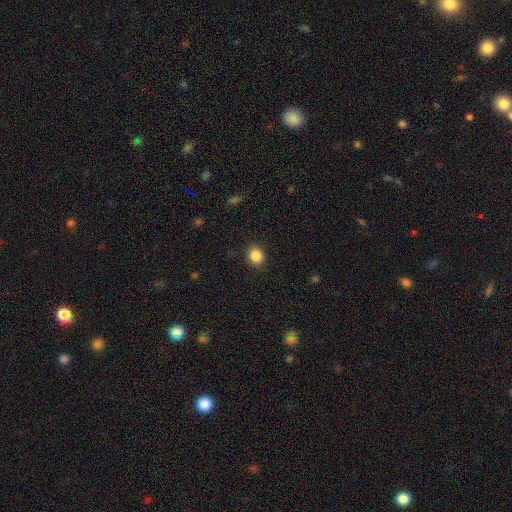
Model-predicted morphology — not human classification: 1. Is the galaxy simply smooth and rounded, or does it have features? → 87% smooth, 9% star or artifact, 3% featured or disk.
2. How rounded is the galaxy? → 64% round, 35% in between, 1% cigar-shaped.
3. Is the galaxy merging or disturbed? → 87% none, 9% minor disturbance, 3% major disturbance, 1% merger.